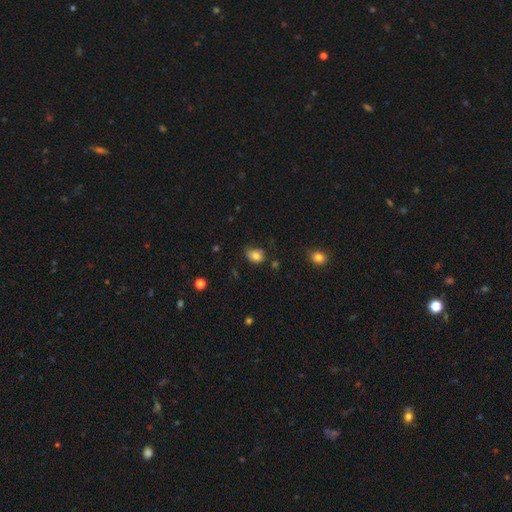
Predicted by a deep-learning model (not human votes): smooth_or_featured: smooth (p=0.82) [alt: star or artifact p=0.11]
how_rounded: in between (p=0.65) [alt: round p=0.34]
merging: none (p=0.58) [alt: minor disturbance p=0.31]